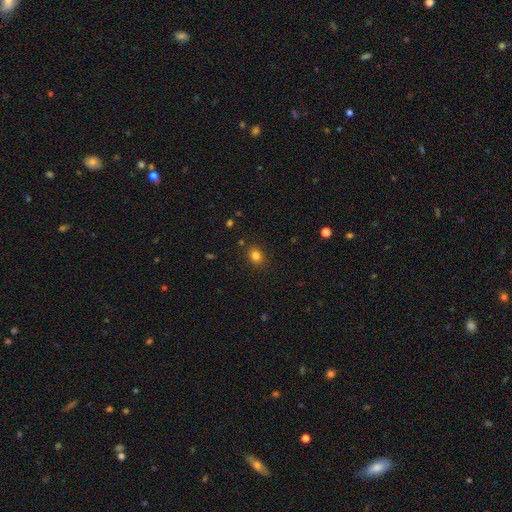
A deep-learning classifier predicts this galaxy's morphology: Smooth or featured?
  - smooth: 81% *
  - star or artifact: 13%
  - featured or disk: 6%
How rounded?
  - round: 62% *
  - in between: 37%
  - cigar-shaped: 1%
Merging?
  - none: 87% *
  - minor disturbance: 9%
  - major disturbance: 2%
  - merger: 2%